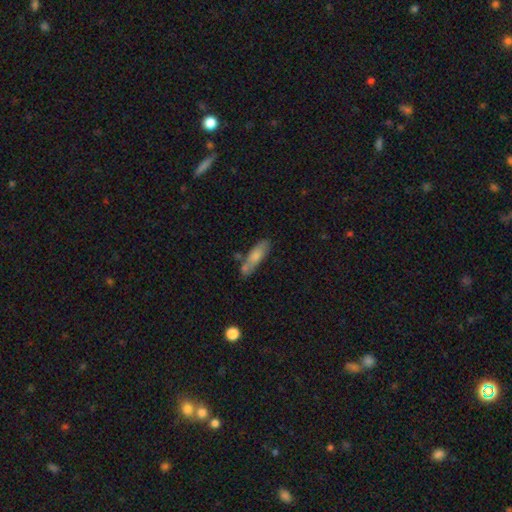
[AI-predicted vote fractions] smooth_or_featured: smooth (p=0.73) [alt: featured or disk p=0.21]
how_rounded: cigar-shaped (p=0.52) [alt: in between p=0.46]
merging: none (p=0.57) [alt: minor disturbance p=0.21]